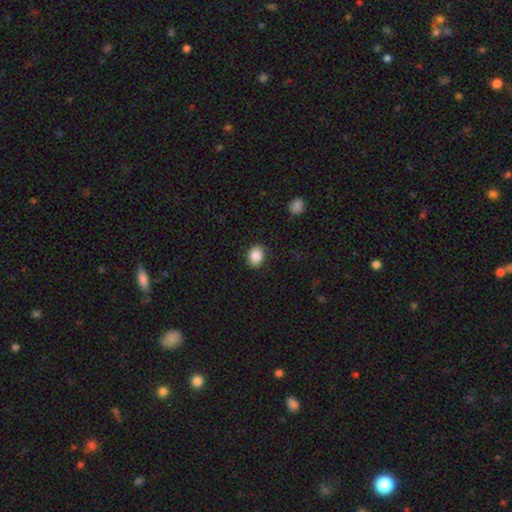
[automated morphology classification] type=smooth (87%); roundness=in between (59%); merging=none (87%).